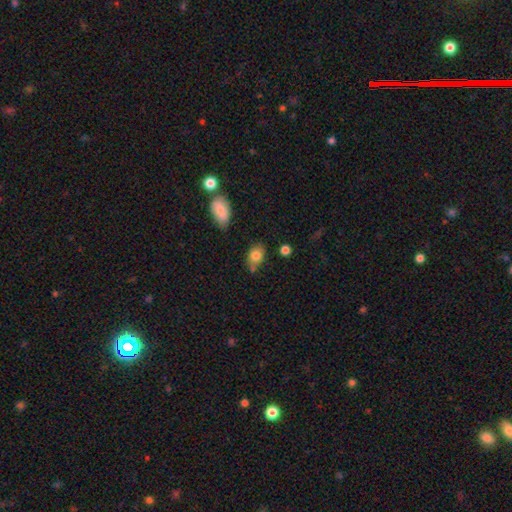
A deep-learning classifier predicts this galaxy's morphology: Smooth or featured: smooth — 80% (featured or disk — 11%)
How rounded: in between — 75% (round — 23%)
Merging: none — 59% (minor disturbance — 27%)